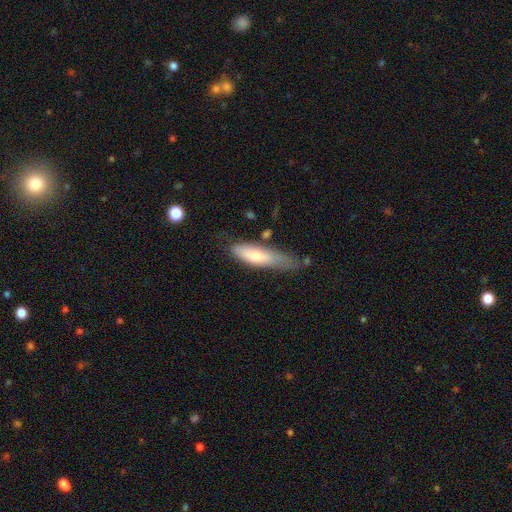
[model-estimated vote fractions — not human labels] The model was most divided on "merging": none: 46%, minor disturbance: 36%, major disturbance: 13%, merger: 5%. More confident: smooth or featured — smooth (65%); how rounded — cigar-shaped (61%).